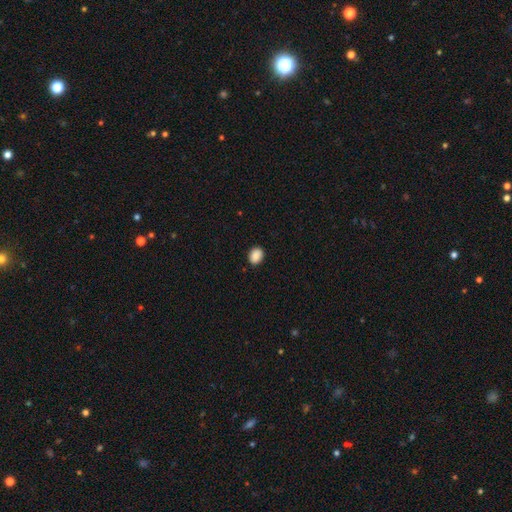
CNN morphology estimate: A smooth galaxy with no disk features (88%) that is in between round and cigar-shaped (55%). Merging: none (89%).